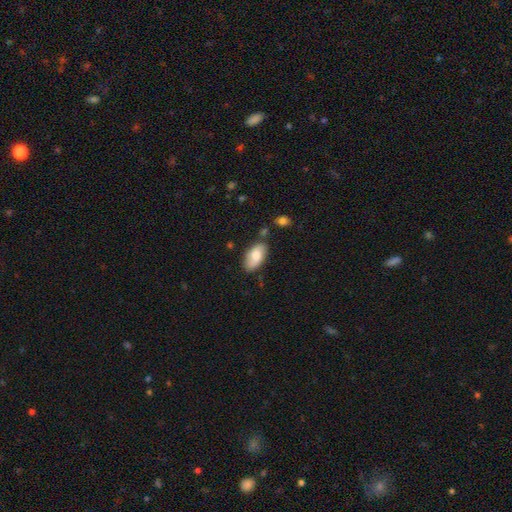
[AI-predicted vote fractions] The model was most divided on "merging": none: 73%, minor disturbance: 19%, merger: 5%, major disturbance: 4%. More confident: how rounded — in between (93%); smooth or featured — smooth (74%).